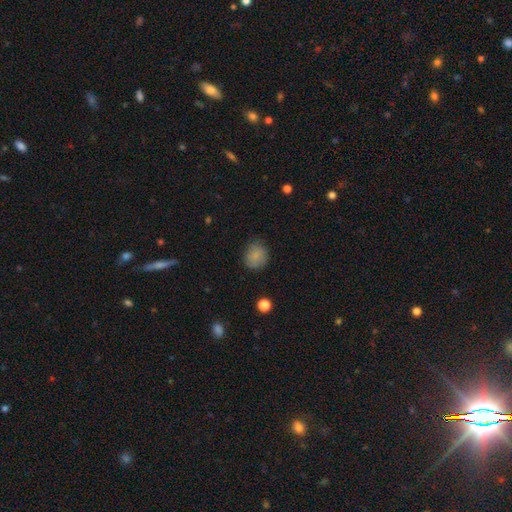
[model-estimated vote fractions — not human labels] Smooth or featured?
  - smooth: 83% *
  - star or artifact: 10%
  - featured or disk: 8%
How rounded?
  - round: 72% *
  - in between: 27%
  - cigar-shaped: 1%
Merging?
  - none: 78% *
  - minor disturbance: 16%
  - major disturbance: 4%
  - merger: 1%